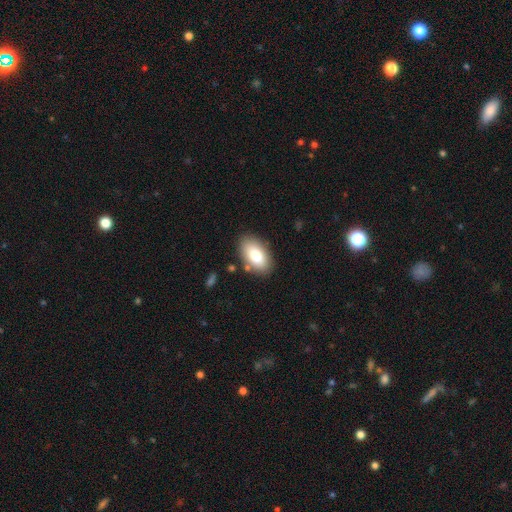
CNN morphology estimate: Q: Smooth or featured?
A: smooth (83%); runner-up: featured or disk (10%)
Q: How rounded?
A: in between (94%); runner-up: round (4%)
Q: Merging?
A: none (83%); runner-up: minor disturbance (11%)